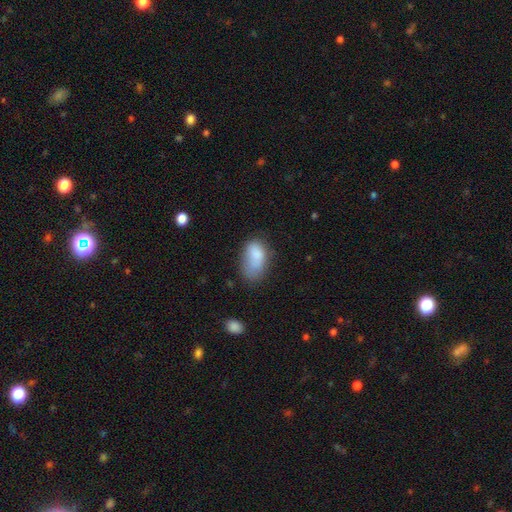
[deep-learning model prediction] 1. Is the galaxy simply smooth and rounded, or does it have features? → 80% smooth, 11% featured or disk, 9% star or artifact.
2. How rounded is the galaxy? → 91% in between, 7% round, 2% cigar-shaped.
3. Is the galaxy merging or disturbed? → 37% none, 35% minor disturbance, 22% major disturbance, 6% merger.